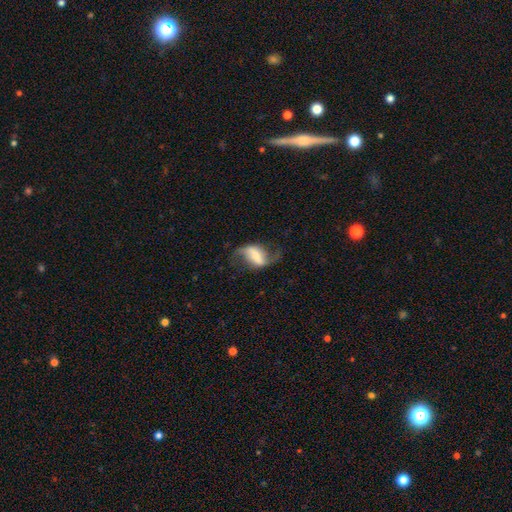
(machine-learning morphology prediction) Smooth or featured?
  - featured or disk: 74% *
  - smooth: 19%
  - star or artifact: 7%
Edge-on disk?
  - no: 95% *
  - yes: 5%
Bar?
  - strong: 47% *
  - weak: 35%
  - no: 19%
Spiral arms?
  - yes: 91% *
  - no: 9%
Spiral winding?
  - loose: 78% *
  - medium: 17%
  - tight: 4%
Spiral arm count?
  - 2: 91% *
  - 1: 4%
  - can't tell: 3%
  - 3: 1%
  - 4: 1%
  - more than 4: 1%
Bulge size?
  - small: 34% *
  - moderate: 26%
  - none: 19%
  - large: 16%
  - dominant: 6%
Merging?
  - none: 64% *
  - minor disturbance: 19%
  - major disturbance: 16%
  - merger: 2%